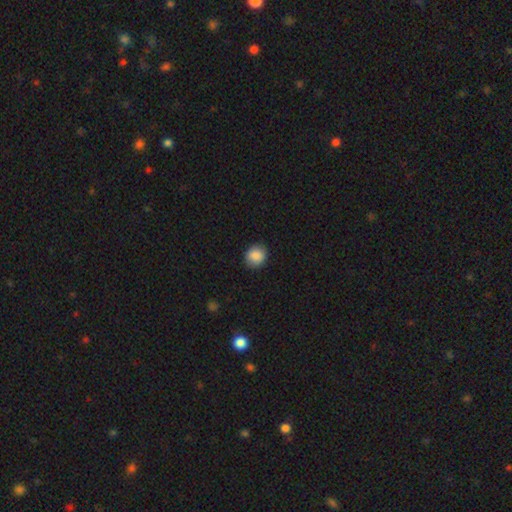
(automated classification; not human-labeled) Overall: smooth (88%). How rounded: round (71%). Merging: none (88%).